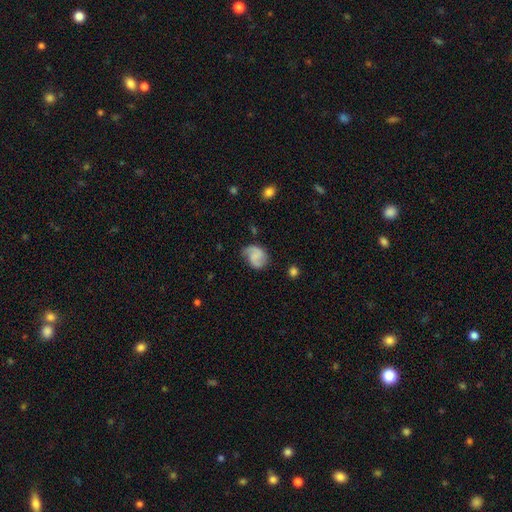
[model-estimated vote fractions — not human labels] featured or disk 66%, smooth 27%, star or artifact 7%. Down the decision tree: edge-on disk — no (98%); bar — no (52%); spiral arms — yes (94%); spiral arm count — 2 (83%); spiral winding — medium (44%); bulge size — none (57%); merging — none (66%).